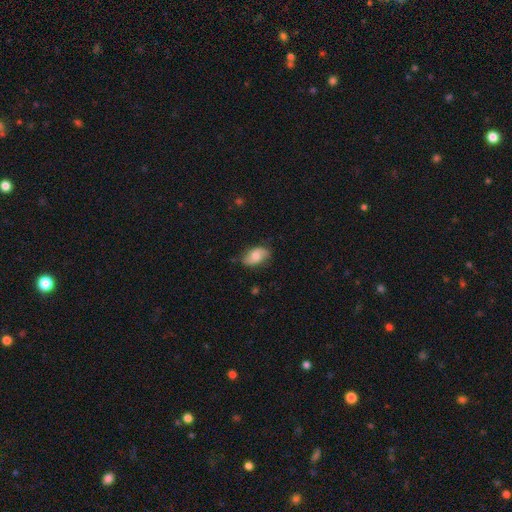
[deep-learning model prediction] Smooth or featured? smooth (56%)
How rounded? in between (90%)
Merging? none (72%)